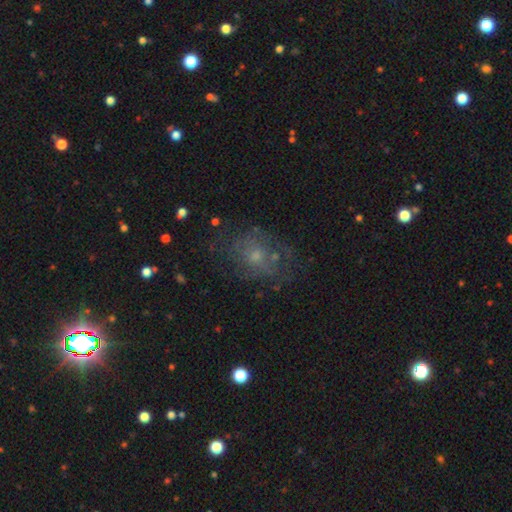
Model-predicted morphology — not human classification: A featured or disk galaxy (41%). Merging: none (68%).